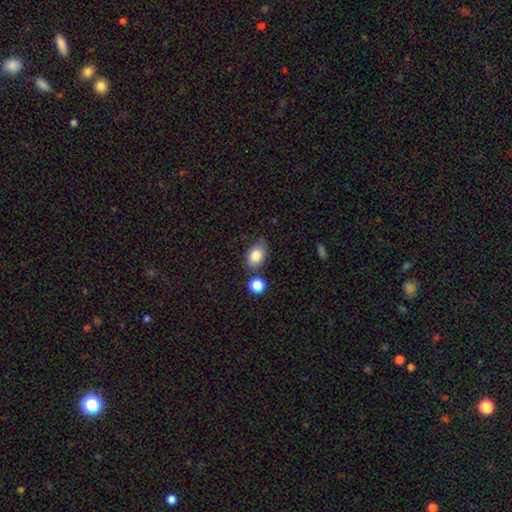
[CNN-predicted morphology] smooth_or_featured: smooth (p=0.83) [alt: star or artifact p=0.08]
how_rounded: in between (p=0.81) [alt: round p=0.17]
merging: none (p=0.67) [alt: minor disturbance p=0.20]